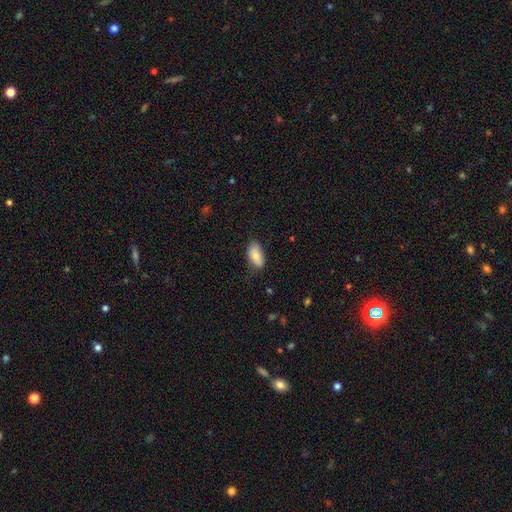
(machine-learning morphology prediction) Smooth or featured? Predicted: smooth (p=0.78). How rounded? Predicted: in between (p=0.93). Merging? Predicted: none (p=0.72).